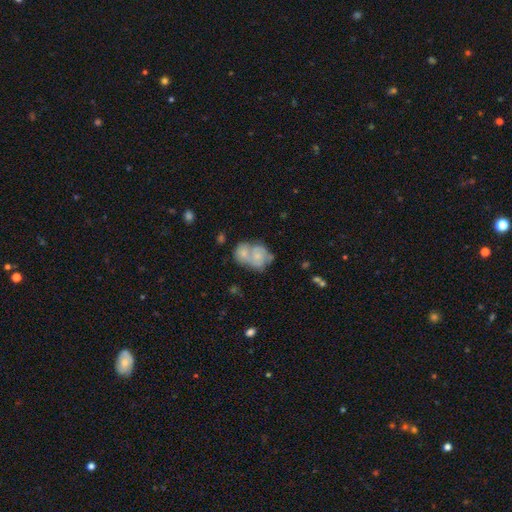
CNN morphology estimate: Smooth or featured: featured or disk — 57% (smooth — 36%)
Edge-on disk: no — 98% (yes — 2%)
Bar: no — 79% (weak — 18%)
Spiral arms: yes — 68% (no — 32%)
Bulge size: small — 51% (moderate — 32%)
Merging: merger — 61% (none — 21%)